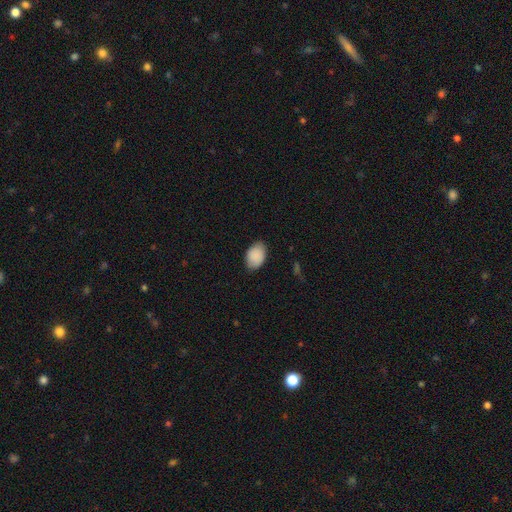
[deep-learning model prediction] Smooth or featured: smooth — 89% (star or artifact — 6%)
How rounded: in between — 85% (round — 14%)
Merging: none — 81% (minor disturbance — 16%)